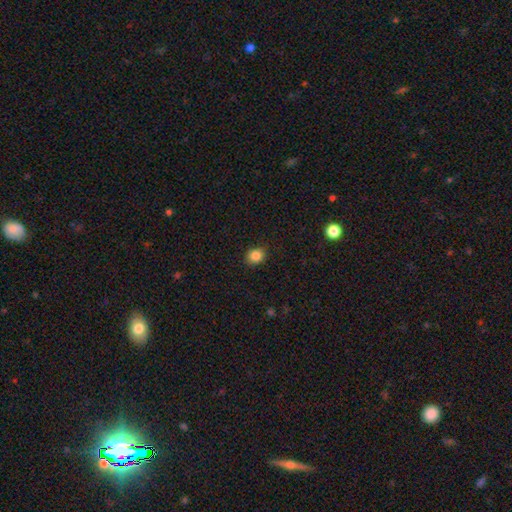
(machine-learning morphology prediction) Smooth or featured? smooth (85%)
How rounded? round (65%)
Merging? none (87%)